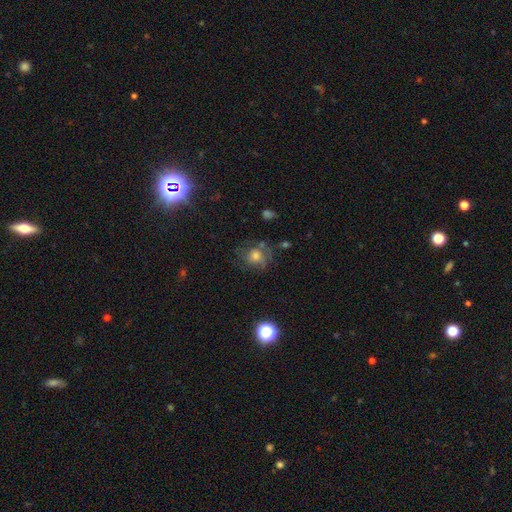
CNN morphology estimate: Q: Smooth or featured?
A: featured or disk (40%); tied with: smooth (40%)
Q: Merging?
A: none (61%); runner-up: minor disturbance (20%)